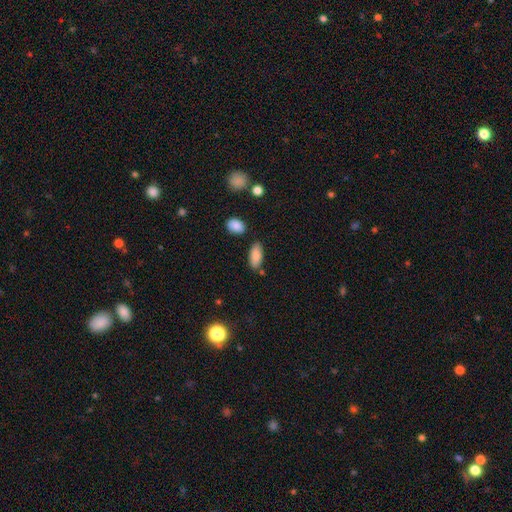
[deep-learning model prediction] A smooth galaxy with no disk features (86%) that is in between round and cigar-shaped (88%). Merging: none (77%).